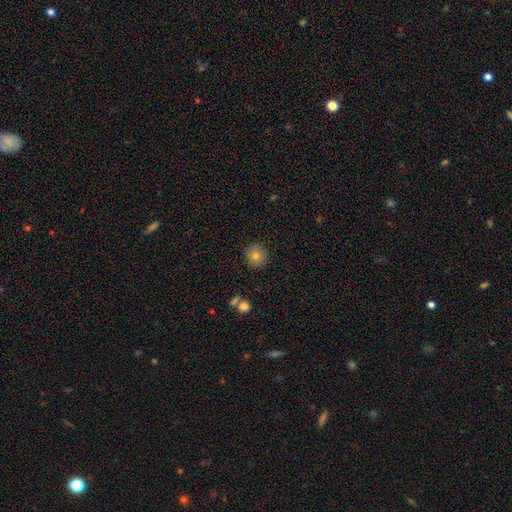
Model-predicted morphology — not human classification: smooth 78%, star or artifact 12%, featured or disk 10%. Down the decision tree: how rounded — round (92%); merging — none (90%).